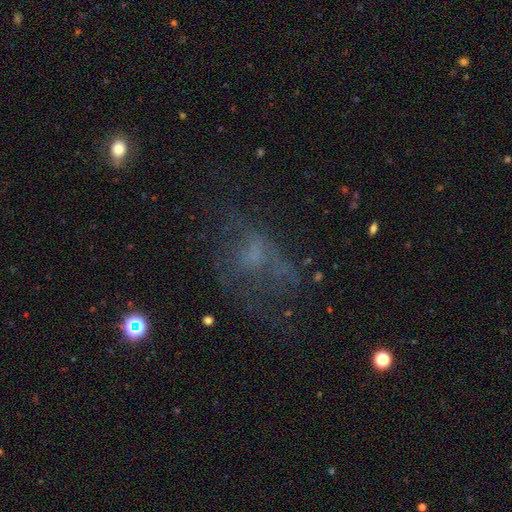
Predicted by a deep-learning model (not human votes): This appears to be a featured or disk galaxy (40%). Merging: none (43%).